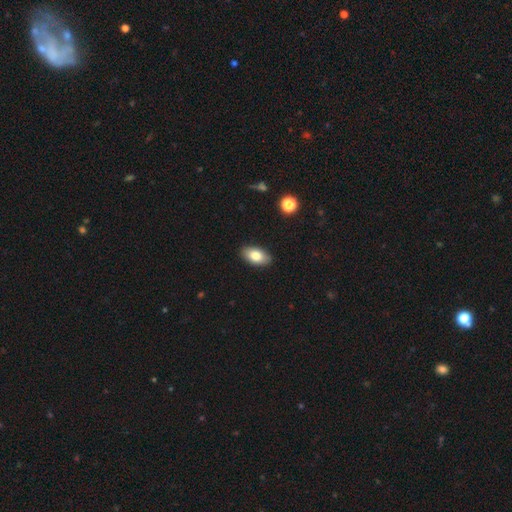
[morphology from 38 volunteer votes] Smooth or featured? smooth (92%)
How rounded? in between (91%)
Merging? none (89%)